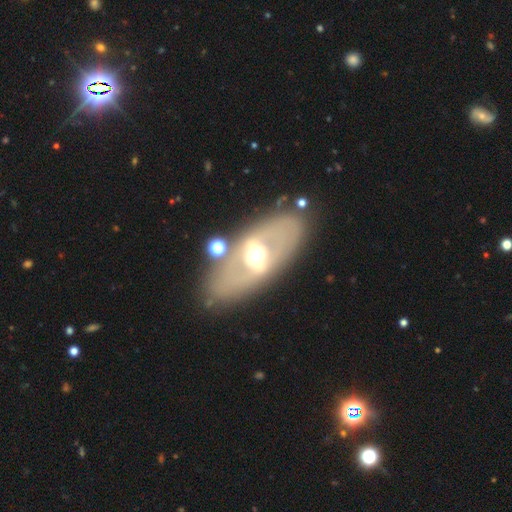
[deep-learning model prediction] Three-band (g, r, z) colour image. It shows a featured or disk galaxy (69%) with a strong bar (46%), no spiral arms (78%) and a moderate central bulge (67%). Merging: none (78%).